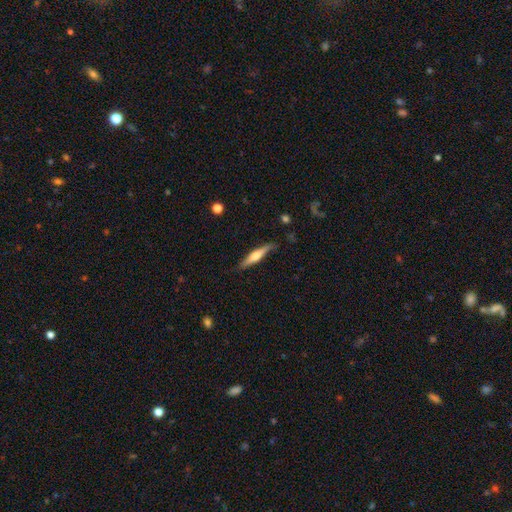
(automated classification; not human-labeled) Q: Smooth or featured?
A: featured or disk (55%); runner-up: smooth (40%)
Q: Edge-on disk?
A: yes (95%); runner-up: no (5%)
Q: Edge-on bulge?
A: rounded (85%); runner-up: boxy (8%)
Q: Merging?
A: none (81%); runner-up: minor disturbance (15%)